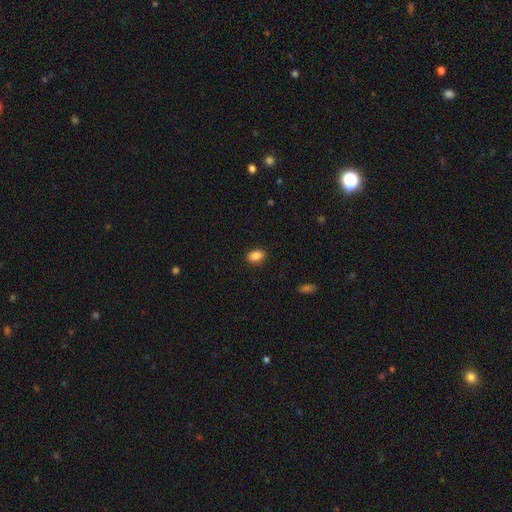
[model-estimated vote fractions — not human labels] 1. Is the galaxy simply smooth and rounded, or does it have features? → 88% smooth, 9% star or artifact, 3% featured or disk.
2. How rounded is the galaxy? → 82% in between, 17% round, 1% cigar-shaped.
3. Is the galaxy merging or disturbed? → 88% none, 8% minor disturbance, 2% major disturbance, 1% merger.